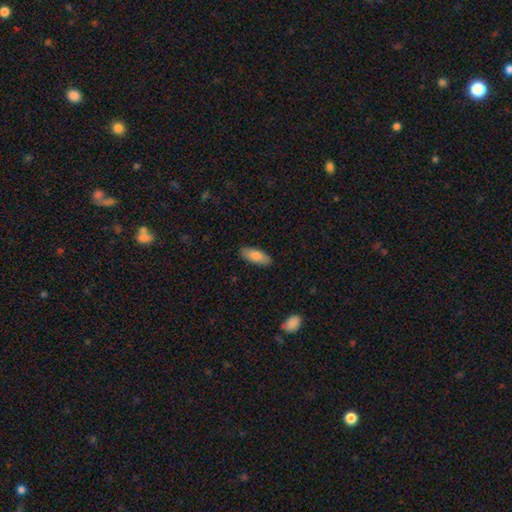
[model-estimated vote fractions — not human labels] Overall: smooth (85%). How rounded: in between (78%). Merging: none (88%).